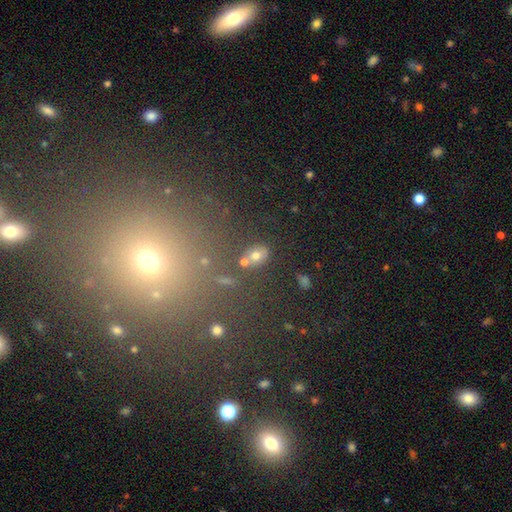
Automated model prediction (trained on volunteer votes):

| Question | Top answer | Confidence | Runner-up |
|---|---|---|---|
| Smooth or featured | smooth | 69% | star or artifact (19%) |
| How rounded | in between | 67% | round (31%) |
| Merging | none | 69% | minor disturbance (14%) |